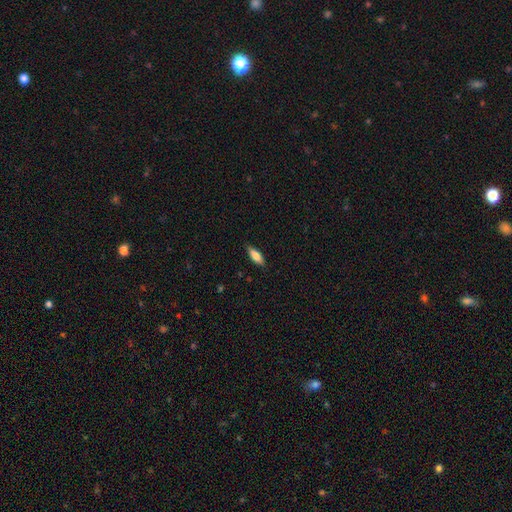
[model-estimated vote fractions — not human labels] Smooth or featured?
  - smooth: 73% *
  - featured or disk: 21%
  - star or artifact: 6%
How rounded?
  - in between: 61% *
  - cigar-shaped: 37%
  - round: 2%
Merging?
  - none: 86% *
  - minor disturbance: 11%
  - major disturbance: 2%
  - merger: 1%